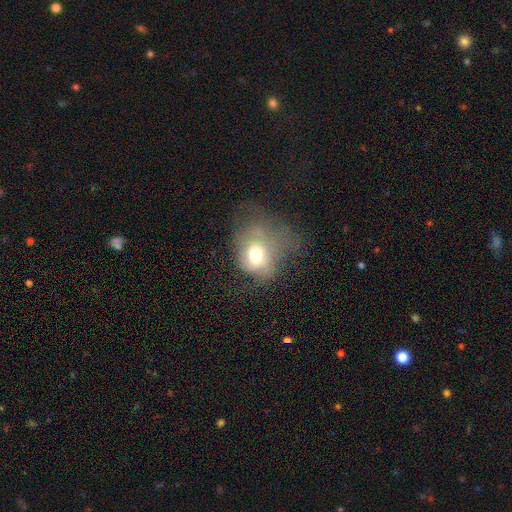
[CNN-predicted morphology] smooth-or-featured: smooth: 60% | featured or disk: 27% | star or artifact: 13%
  how-rounded: round: 57% | in between: 42% | cigar-shaped: 1%
  merging: major disturbance: 50% | none: 23% | minor disturbance: 23% | merger: 3%